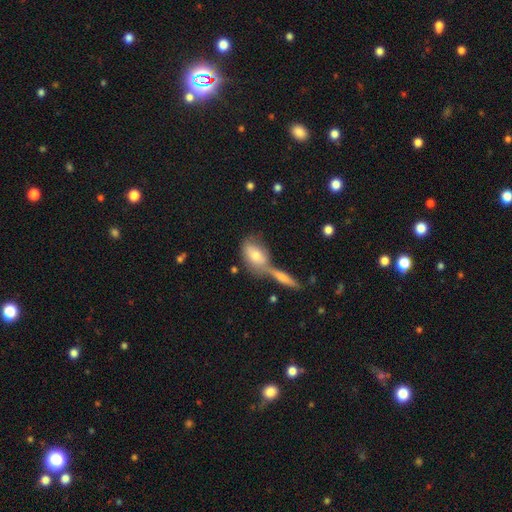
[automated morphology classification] type=smooth (67%); roundness=in between (80%); merging=merger (42%).